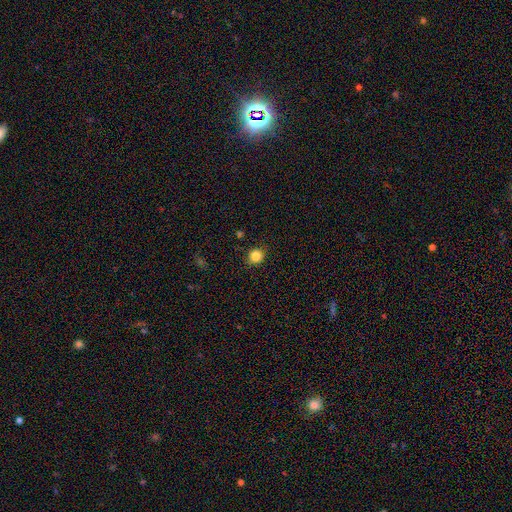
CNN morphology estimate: A smooth galaxy with no disk features (83%) that is round (88%). Merging: none (89%).